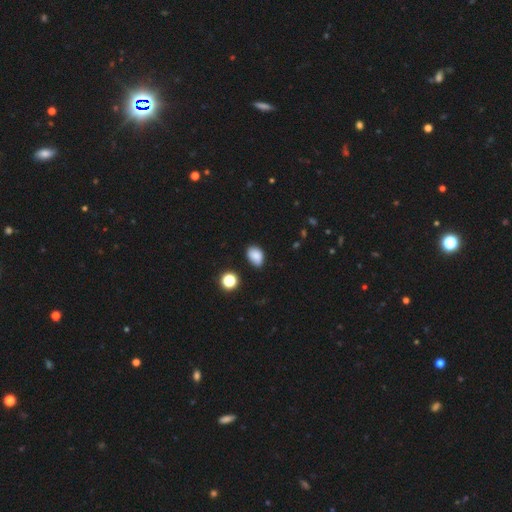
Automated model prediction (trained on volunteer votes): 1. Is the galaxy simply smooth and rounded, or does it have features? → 84% smooth, 11% star or artifact, 5% featured or disk.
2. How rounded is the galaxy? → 80% in between, 19% round, 1% cigar-shaped.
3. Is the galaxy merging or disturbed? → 73% none, 21% minor disturbance, 4% major disturbance, 3% merger.